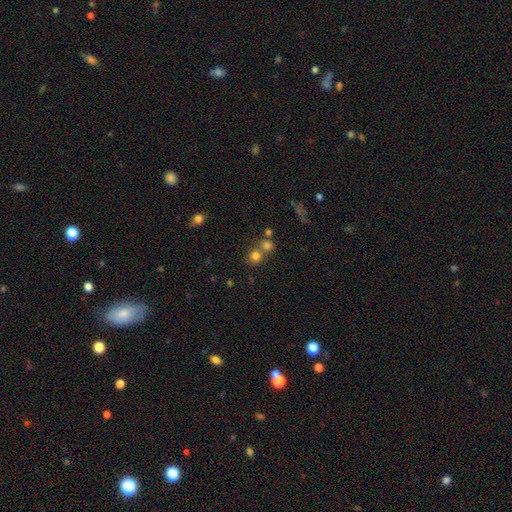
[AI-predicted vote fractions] Smooth or featured? smooth (76%)
How rounded? round (87%)
Merging? none (54%)